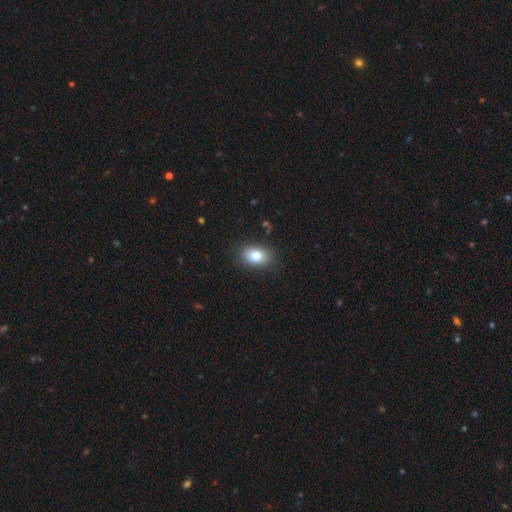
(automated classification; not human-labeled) Smooth or featured? smooth (82%)
How rounded? in between (75%)
Merging? none (85%)